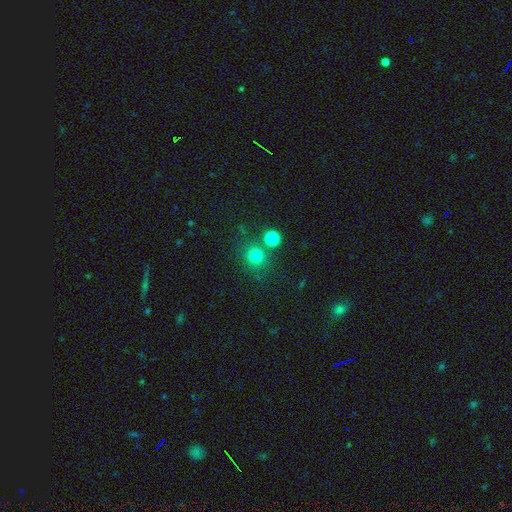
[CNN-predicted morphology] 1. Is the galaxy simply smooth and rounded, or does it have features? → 78% smooth, 16% star or artifact, 6% featured or disk.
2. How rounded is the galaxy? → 88% round, 11% in between, 1% cigar-shaped.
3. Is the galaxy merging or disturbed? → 76% none, 11% merger, 9% minor disturbance, 4% major disturbance.